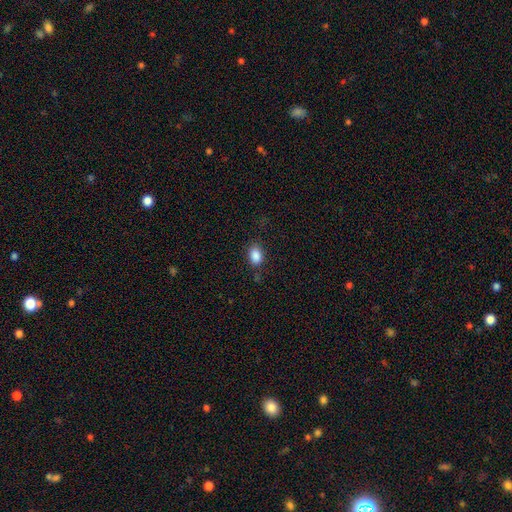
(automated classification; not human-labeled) Smooth or featured? smooth (87%)
How rounded? in between (77%)
Merging? none (79%)